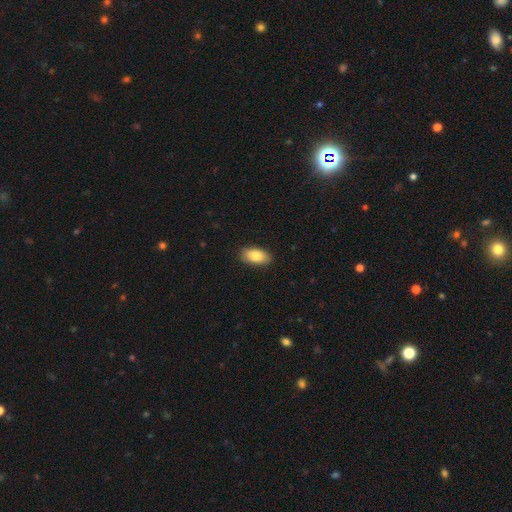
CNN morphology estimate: This appears to be a smooth galaxy with no disk features (83%) that is in between round and cigar-shaped (93%). Merging: none (86%).